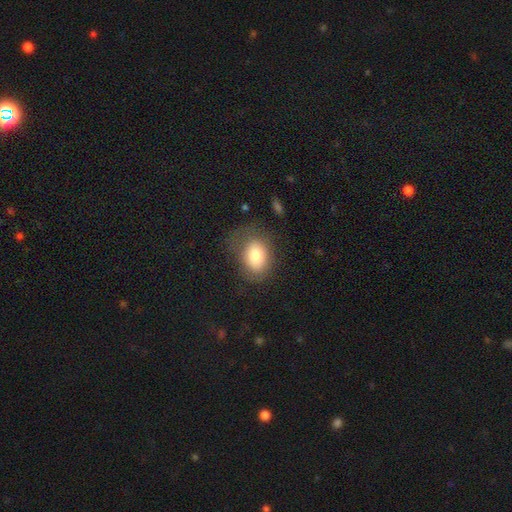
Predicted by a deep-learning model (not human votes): The model was most divided on "how rounded": in between: 68%, round: 31%, cigar-shaped: 1%. More confident: smooth or featured — smooth (79%); merging — none (61%).